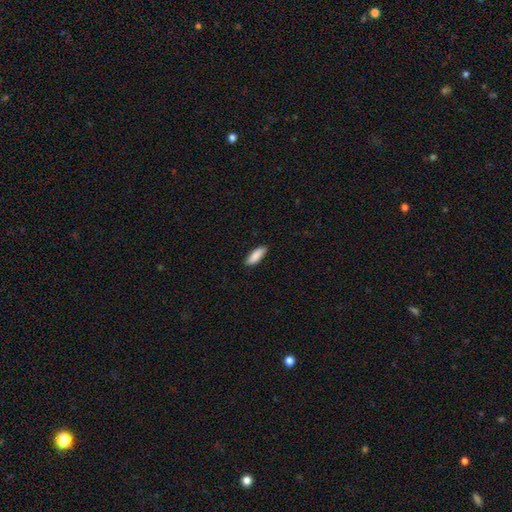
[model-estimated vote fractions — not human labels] smooth-or-featured: smooth: 88% | featured or disk: 6% | star or artifact: 6%
  how-rounded: in between: 62% | cigar-shaped: 36% | round: 2%
  merging: none: 86% | minor disturbance: 11% | major disturbance: 2% | merger: 1%